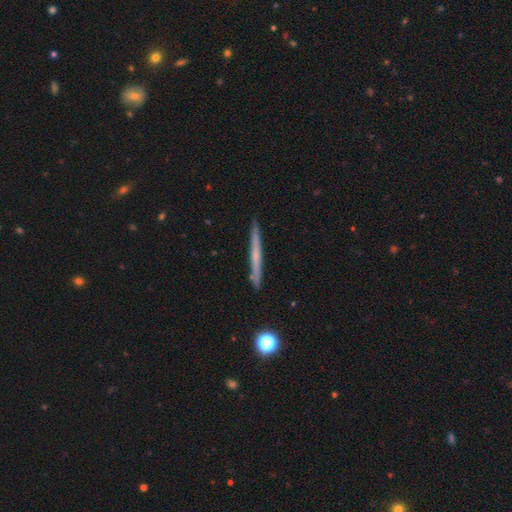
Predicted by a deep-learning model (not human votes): Morphology: type=featured or disk (51%); edge-on=yes (97%); merging=none (90%).